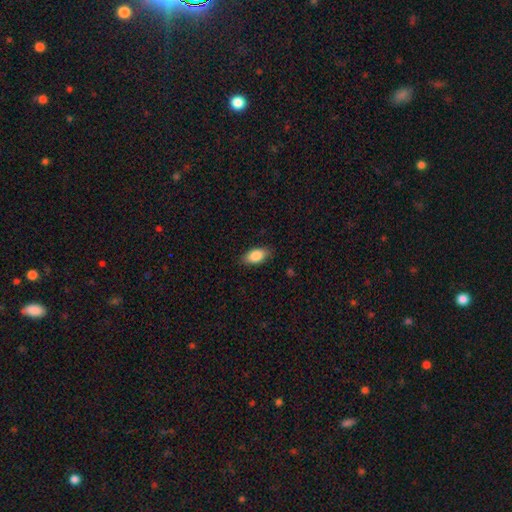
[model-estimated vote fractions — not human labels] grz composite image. It shows a smooth galaxy with no disk features (86%) that is in between round and cigar-shaped (91%). Merging: none (85%).